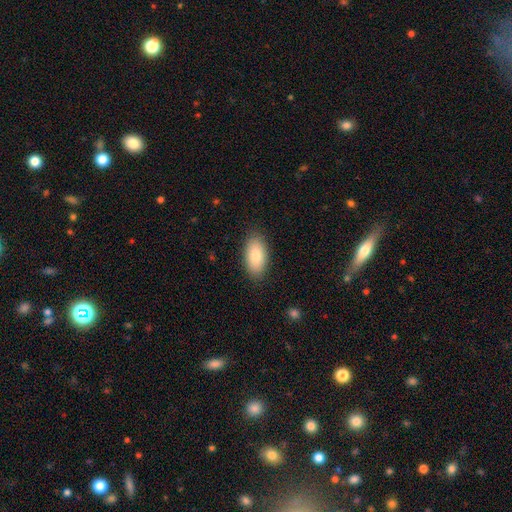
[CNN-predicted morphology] smooth_or_featured: smooth (p=0.83) [alt: featured or disk p=0.10]
how_rounded: in between (p=0.94) [alt: cigar-shaped p=0.03]
merging: none (p=0.87) [alt: minor disturbance p=0.10]